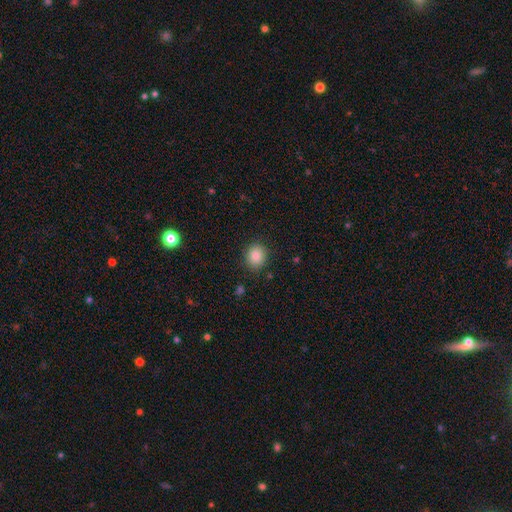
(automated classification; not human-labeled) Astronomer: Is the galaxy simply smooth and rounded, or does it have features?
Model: smooth — 86%.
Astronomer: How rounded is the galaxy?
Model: round — 73%.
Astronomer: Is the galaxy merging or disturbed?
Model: none — 87%.